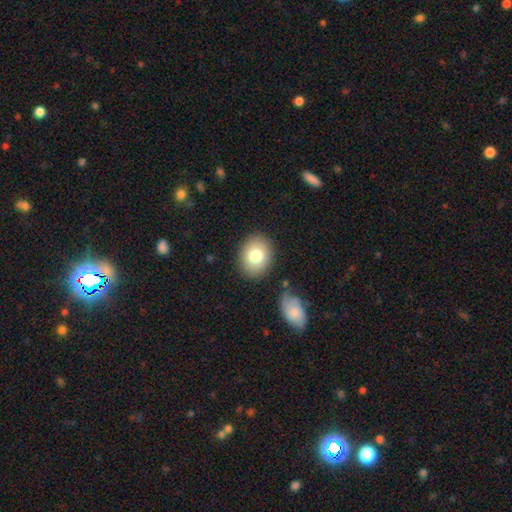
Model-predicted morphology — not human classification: The model was most divided on "how rounded": in between: 52%, round: 47%, cigar-shaped: 1%. More confident: merging — none (84%); smooth or featured — smooth (78%).